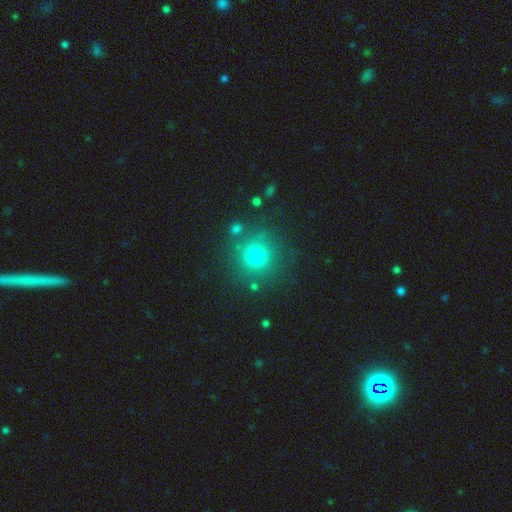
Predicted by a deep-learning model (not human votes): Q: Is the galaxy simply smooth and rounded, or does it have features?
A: smooth — 76%.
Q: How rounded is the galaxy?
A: round — 93%.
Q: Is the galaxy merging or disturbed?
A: none — 83%.